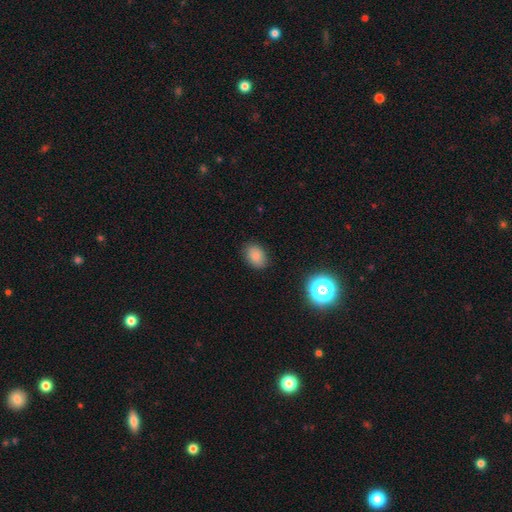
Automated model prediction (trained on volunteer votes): Smooth or featured?
  - smooth: 84% *
  - star or artifact: 12%
  - featured or disk: 5%
How rounded?
  - in between: 76% *
  - round: 23%
  - cigar-shaped: 1%
Merging?
  - none: 85% *
  - minor disturbance: 11%
  - major disturbance: 3%
  - merger: 1%